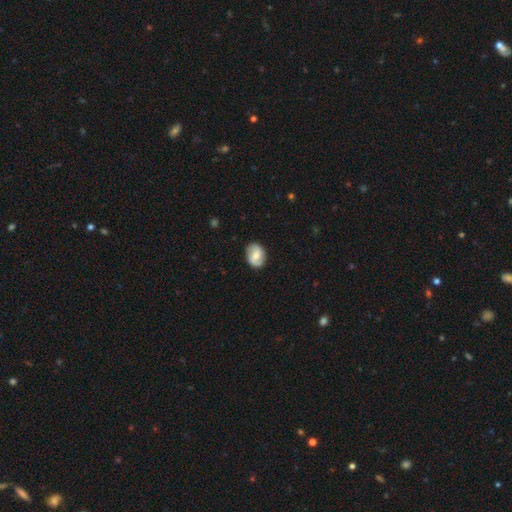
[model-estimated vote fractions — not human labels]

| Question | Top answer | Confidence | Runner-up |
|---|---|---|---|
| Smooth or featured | featured or disk | 47% | smooth (46%) |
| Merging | none | 83% | minor disturbance (13%) |